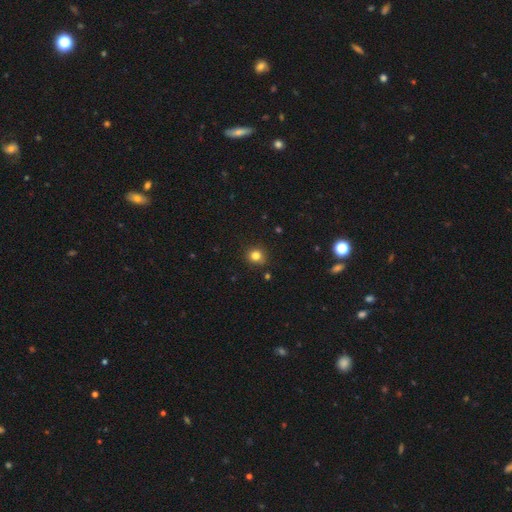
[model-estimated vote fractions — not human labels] Overall: smooth (81%). How rounded: round (86%). Merging: none (87%).